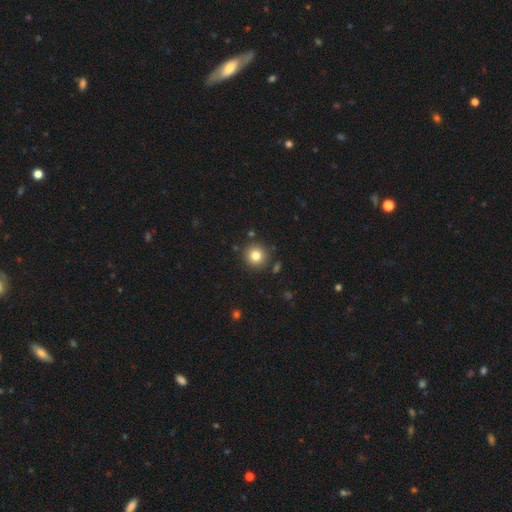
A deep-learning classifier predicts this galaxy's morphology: This is clearly a smooth galaxy (81%). How rounded: clearly round (94%). Merging: clearly none (88%).